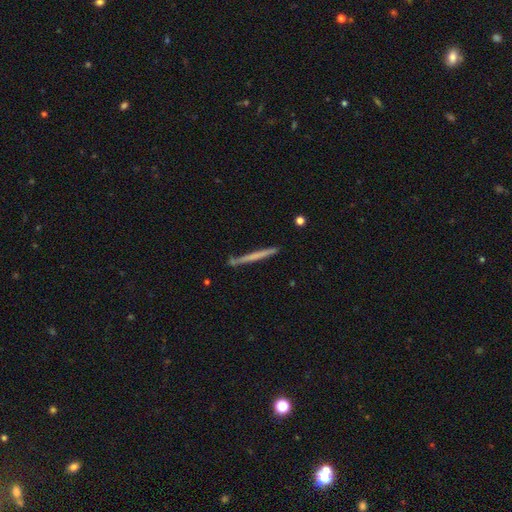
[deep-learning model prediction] This is possibly a smooth galaxy (52%). How rounded: clearly cigar-shaped (97%). Merging: clearly none (84%).